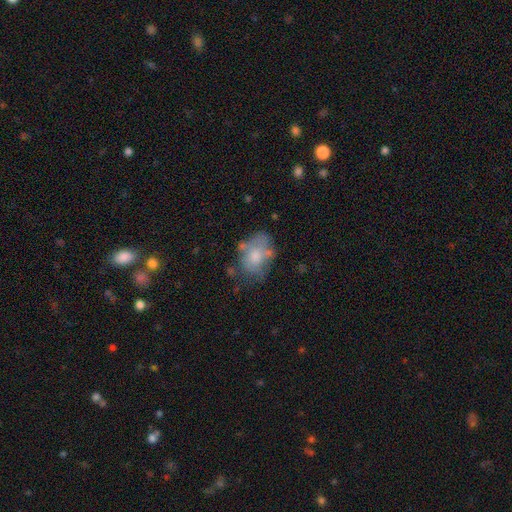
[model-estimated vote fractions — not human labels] Smooth or featured?
  - smooth: 57% *
  - featured or disk: 34%
  - star or artifact: 9%
How rounded?
  - in between: 72% *
  - round: 27%
  - cigar-shaped: 1%
Merging?
  - none: 43% *
  - minor disturbance: 29%
  - major disturbance: 20%
  - merger: 8%